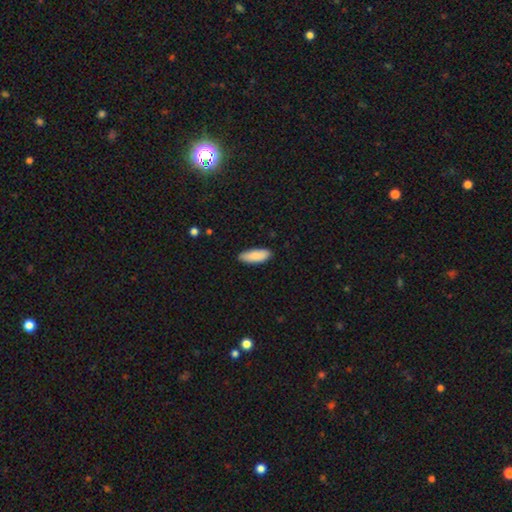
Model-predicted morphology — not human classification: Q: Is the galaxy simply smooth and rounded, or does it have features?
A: smooth — 88%.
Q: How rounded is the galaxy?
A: in between — 72%.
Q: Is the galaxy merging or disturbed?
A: none — 86%.